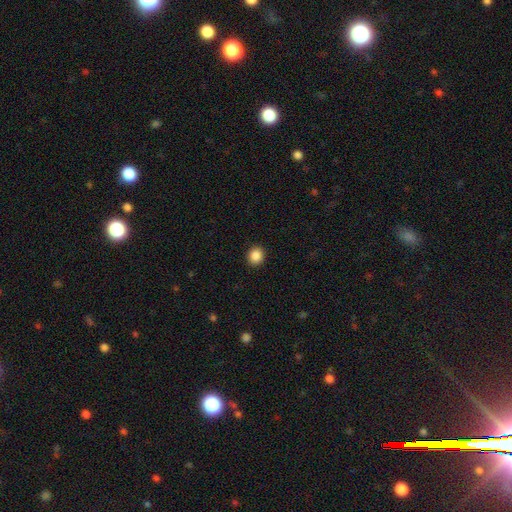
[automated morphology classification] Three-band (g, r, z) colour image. It shows a smooth galaxy with no disk features (87%) that is round (82%). Merging: none (92%).